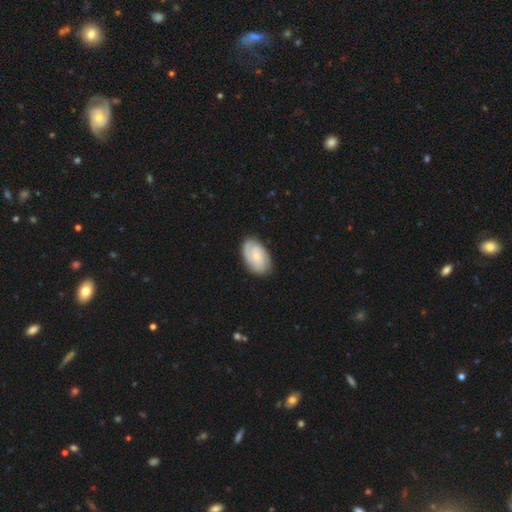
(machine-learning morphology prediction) This is possibly a featured or disk galaxy (59%). It is clearly not viewed edge-on (96%). Bar: possibly no (56%). Spiral arm pattern: clearly yes (91%). Spiral arm count: marginally 2 (41%). Spiral winding: possibly tight (56%). Central bulge: likely small (65%). Merging: clearly none (80%).